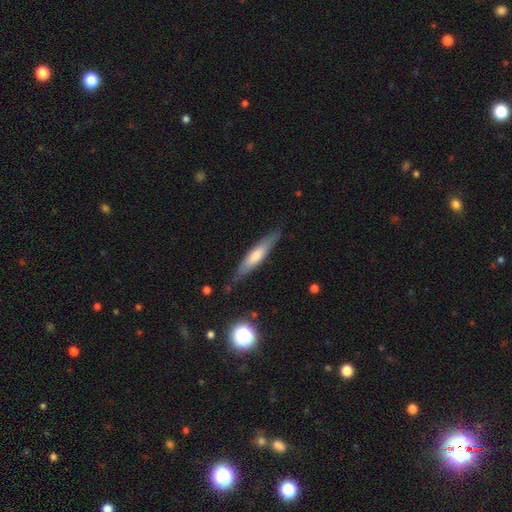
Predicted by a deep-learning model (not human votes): smooth 47%, featured or disk 46%, star or artifact 7%. Down the decision tree: merging — none (83%).